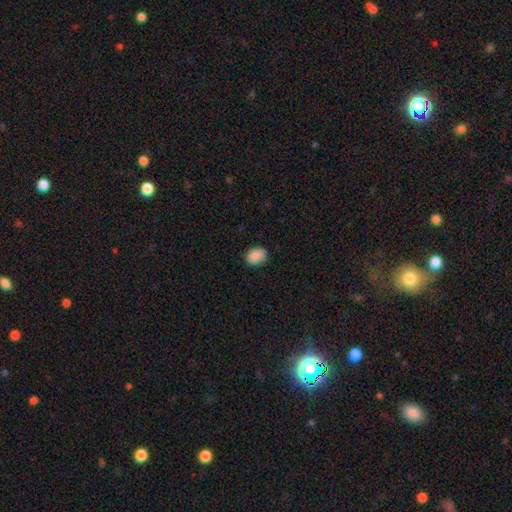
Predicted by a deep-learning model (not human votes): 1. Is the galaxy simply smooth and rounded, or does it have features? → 89% smooth, 8% star or artifact, 3% featured or disk.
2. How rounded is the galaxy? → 69% in between, 30% round, 1% cigar-shaped.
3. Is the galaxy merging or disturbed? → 85% none, 11% minor disturbance, 2% major disturbance, 1% merger.